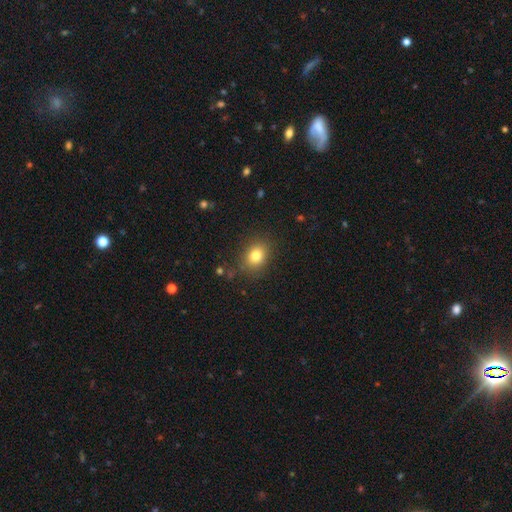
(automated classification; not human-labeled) Smooth or featured? smooth (80%)
How rounded? in between (52%)
Merging? none (84%)